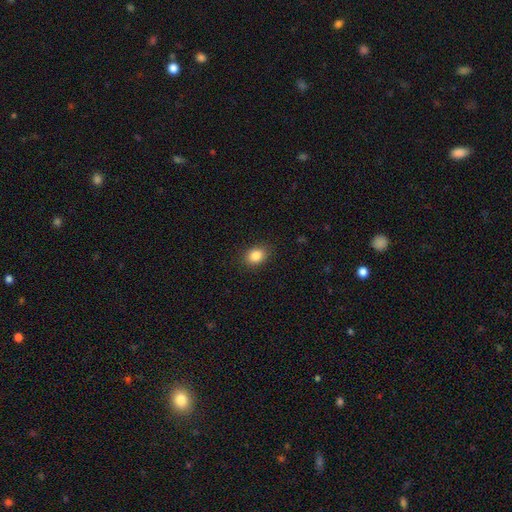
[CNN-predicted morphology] Smooth or featured: smooth — 85% (star or artifact — 10%)
How rounded: in between — 60% (round — 39%)
Merging: none — 88% (minor disturbance — 9%)